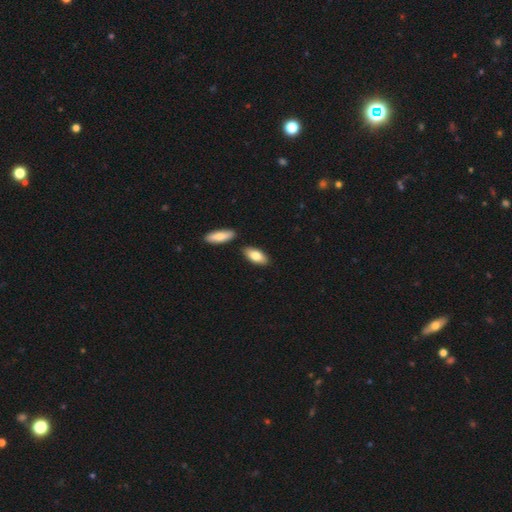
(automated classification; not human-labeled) smooth-or-featured: smooth: 80% | featured or disk: 14% | star or artifact: 6%
  how-rounded: in between: 86% | cigar-shaped: 11% | round: 2%
  merging: none: 82% | minor disturbance: 9% | merger: 7% | major disturbance: 2%